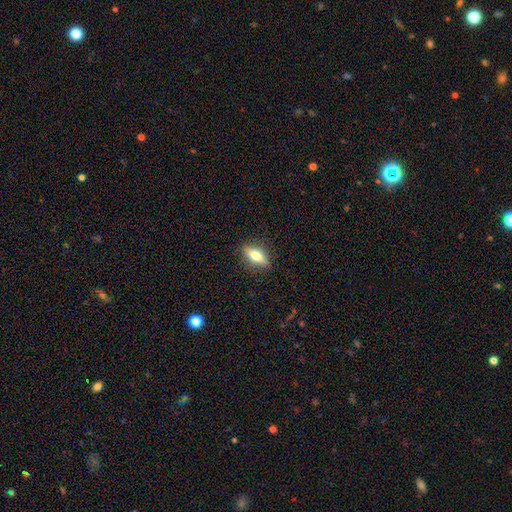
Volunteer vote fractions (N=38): smooth_or_featured: smooth (p=0.47) [alt: featured or disk p=0.45]
how_rounded: in between (p=0.67) [alt: cigar-shaped p=0.33]
merging: none (p=0.86) [alt: minor disturbance p=0.14]